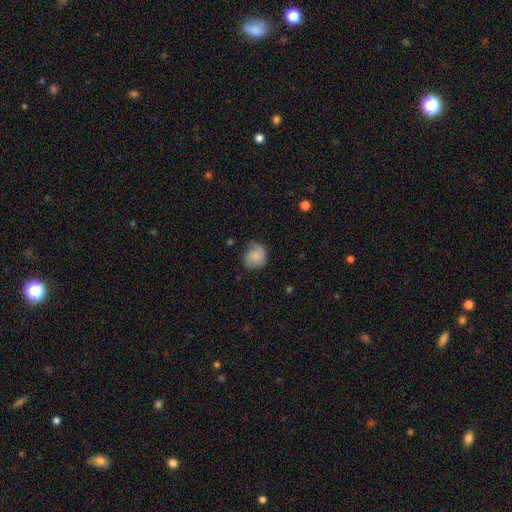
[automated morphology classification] Smooth or featured?
  - smooth: 66% *
  - featured or disk: 26%
  - star or artifact: 8%
How rounded?
  - round: 77% *
  - in between: 22%
  - cigar-shaped: 1%
Merging?
  - none: 63% *
  - minor disturbance: 26%
  - major disturbance: 9%
  - merger: 1%